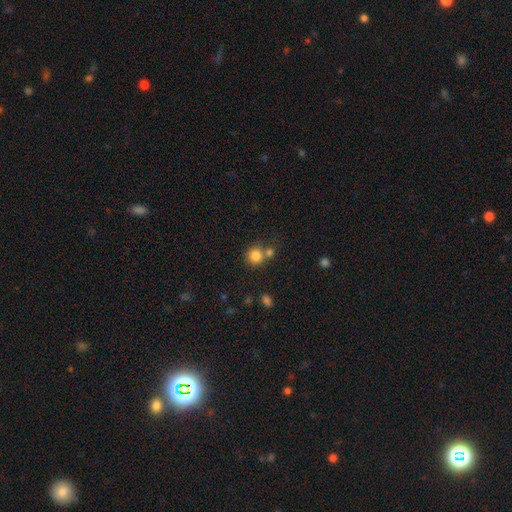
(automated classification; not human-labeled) smooth 83%, star or artifact 11%, featured or disk 7%. Down the decision tree: how rounded — round (90%); merging — none (60%).